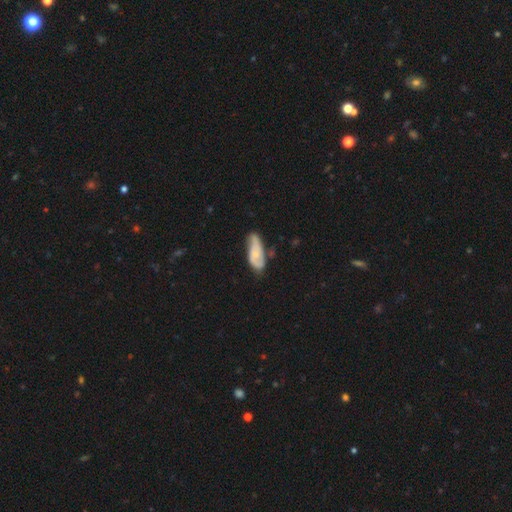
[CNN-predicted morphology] Smooth or featured: smooth — 51% (featured or disk — 42%)
How rounded: in between — 76% (cigar-shaped — 21%)
Merging: none — 48% (minor disturbance — 35%)